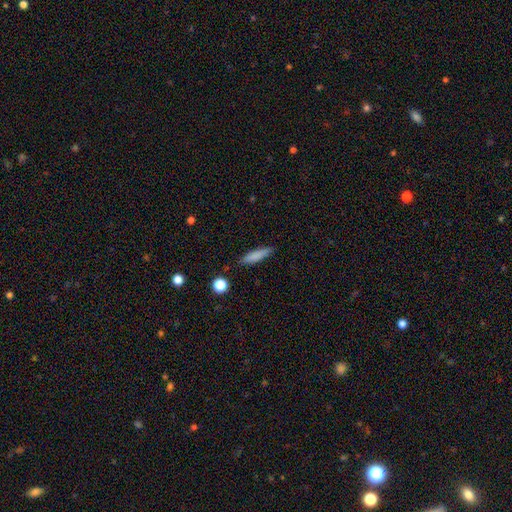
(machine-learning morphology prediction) Smooth or featured? smooth (81%)
How rounded? cigar-shaped (80%)
Merging? none (86%)